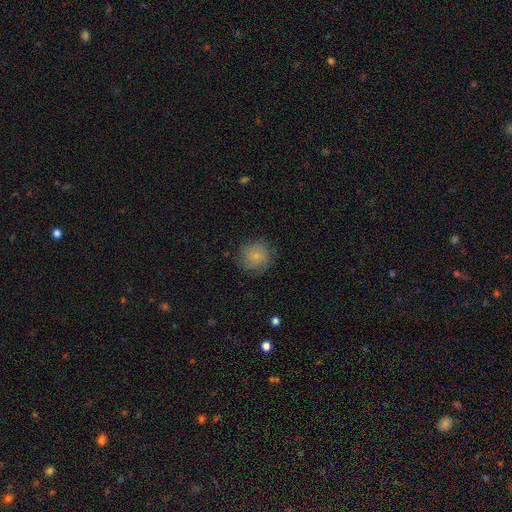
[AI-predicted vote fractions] smooth-or-featured: smooth: 74% | featured or disk: 18% | star or artifact: 8%
  how-rounded: round: 89% | in between: 10% | cigar-shaped: 1%
  merging: none: 74% | minor disturbance: 18% | major disturbance: 7% | merger: 1%